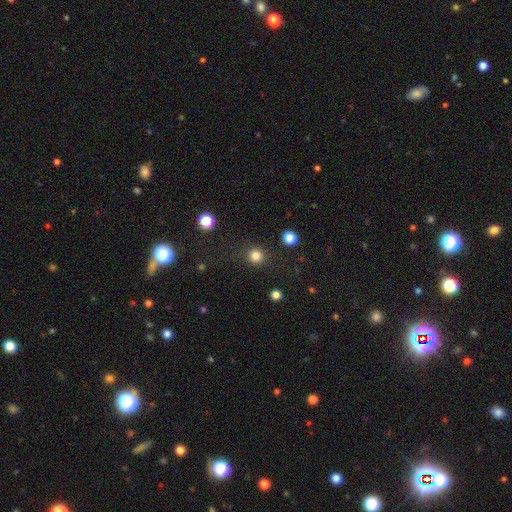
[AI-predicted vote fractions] Smooth or featured?
  - smooth: 83% *
  - star or artifact: 13%
  - featured or disk: 4%
How rounded?
  - round: 93% *
  - in between: 6%
  - cigar-shaped: 1%
Merging?
  - none: 86% *
  - minor disturbance: 8%
  - major disturbance: 4%
  - merger: 2%